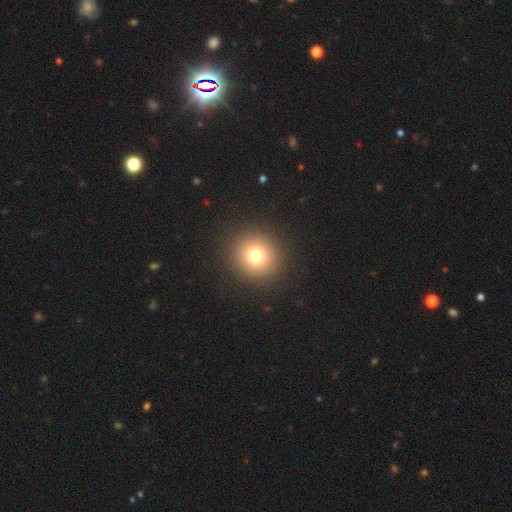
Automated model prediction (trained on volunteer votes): smooth-or-featured: smooth: 77% | star or artifact: 14% | featured or disk: 9%
  how-rounded: round: 94% | in between: 5% | cigar-shaped: 1%
  merging: none: 92% | minor disturbance: 4% | major disturbance: 2% | merger: 1%